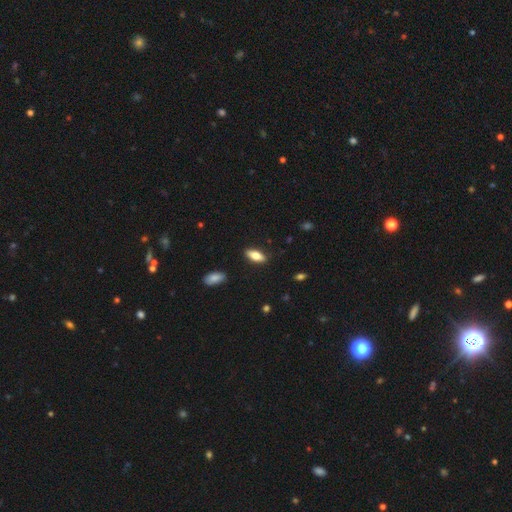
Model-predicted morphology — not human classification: This is likely a smooth galaxy (73%). How rounded: likely in between (77%). Merging: clearly none (87%).